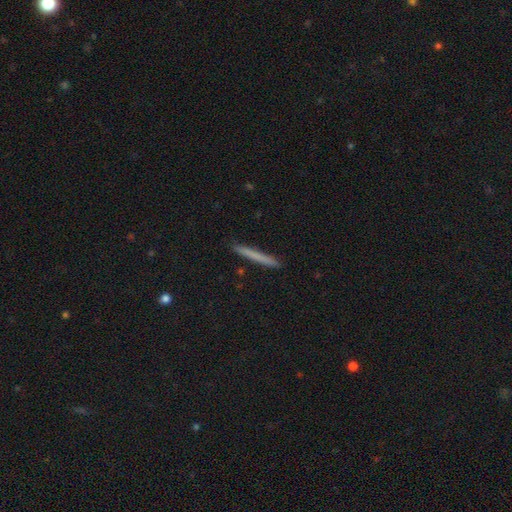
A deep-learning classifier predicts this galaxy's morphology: Overall: smooth (68%). How rounded: cigar-shaped (97%). Merging: none (91%).